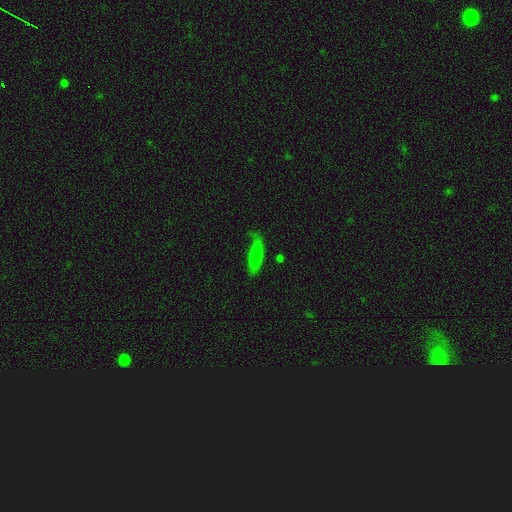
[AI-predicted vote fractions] smooth-or-featured: smooth: 79% | featured or disk: 15% | star or artifact: 7%
  how-rounded: cigar-shaped: 63% | in between: 35% | round: 2%
  merging: none: 61% | minor disturbance: 28% | major disturbance: 9% | merger: 3%